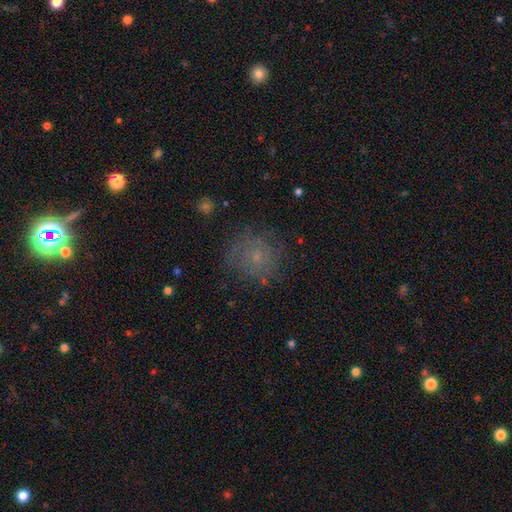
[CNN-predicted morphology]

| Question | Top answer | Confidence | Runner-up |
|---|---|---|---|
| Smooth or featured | smooth | 51% | featured or disk (30%) |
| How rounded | round | 81% | in between (17%) |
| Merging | none | 72% | minor disturbance (17%) |